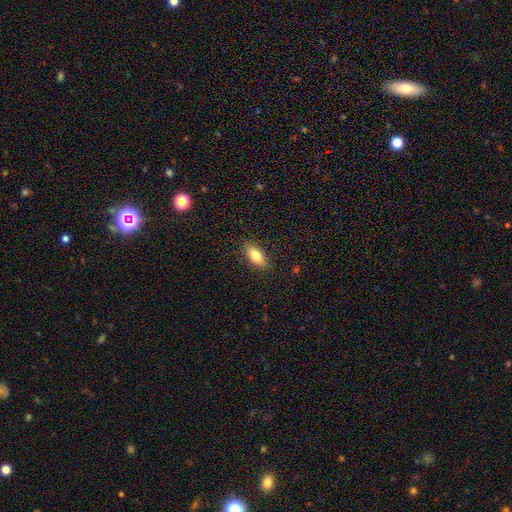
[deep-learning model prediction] This appears to be a smooth galaxy with no disk features (77%) that is in between round and cigar-shaped (83%). Merging: none (87%).